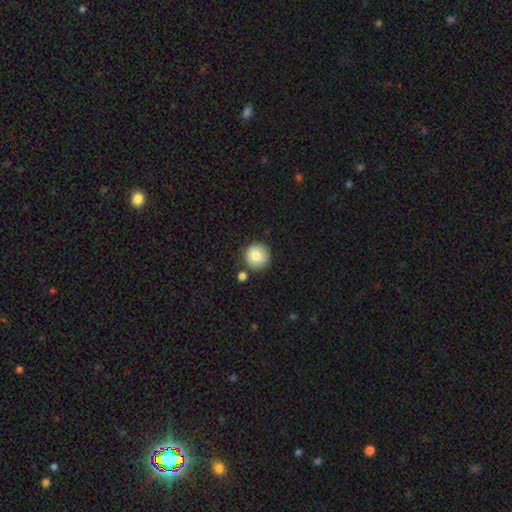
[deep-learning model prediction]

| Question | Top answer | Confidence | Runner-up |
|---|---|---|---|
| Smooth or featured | smooth | 83% | featured or disk (9%) |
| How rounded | round | 95% | in between (4%) |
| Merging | none | 81% | minor disturbance (10%) |